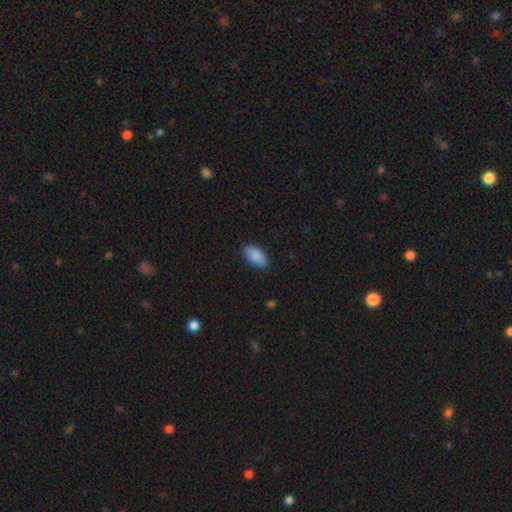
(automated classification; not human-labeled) Morphology: type=smooth (88%); roundness=in between (93%); merging=none (85%).